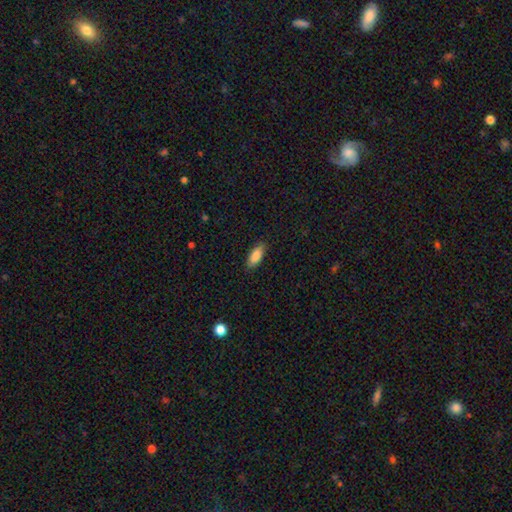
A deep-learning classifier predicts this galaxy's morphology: This appears to be a smooth galaxy with no disk features (85%) that is in between round and cigar-shaped (84%). Merging: none (85%).